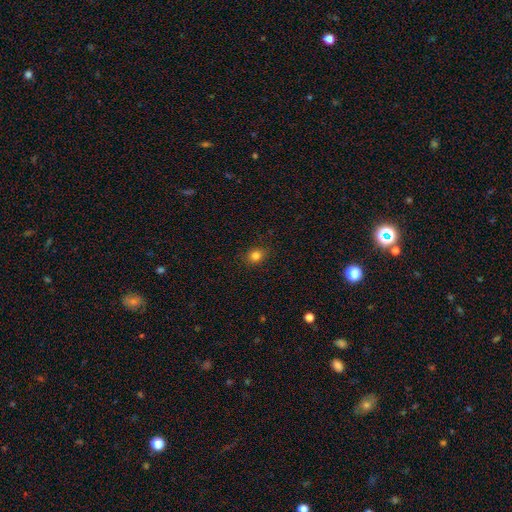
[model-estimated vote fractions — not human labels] A smooth galaxy with no disk features (82%) that is round (63%). Merging: none (87%).